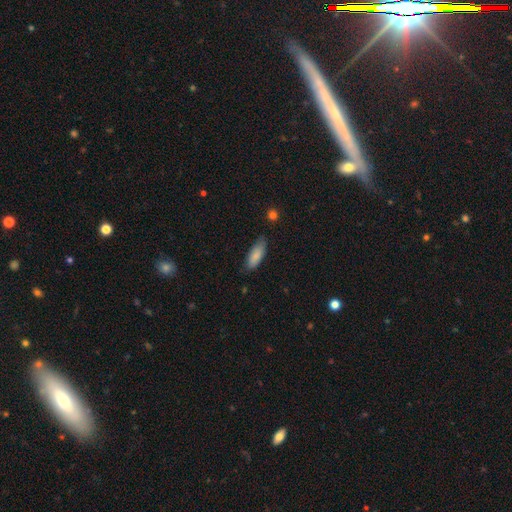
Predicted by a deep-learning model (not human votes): Morphology: type=smooth (85%); roundness=in between (72%); merging=none (76%).